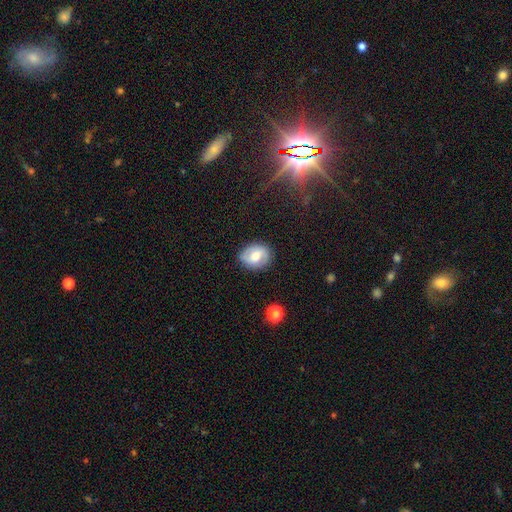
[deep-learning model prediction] smooth-or-featured: smooth: 48% | featured or disk: 44% | star or artifact: 8%
  merging: none: 82% | minor disturbance: 13% | major disturbance: 4% | merger: 1%